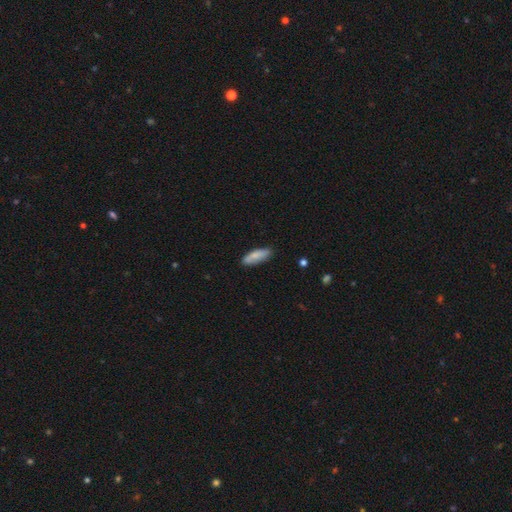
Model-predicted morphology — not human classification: smooth_or_featured: smooth (p=0.77) [alt: featured or disk p=0.18]
how_rounded: in between (p=0.59) [alt: cigar-shaped p=0.39]
merging: none (p=0.79) [alt: minor disturbance p=0.16]